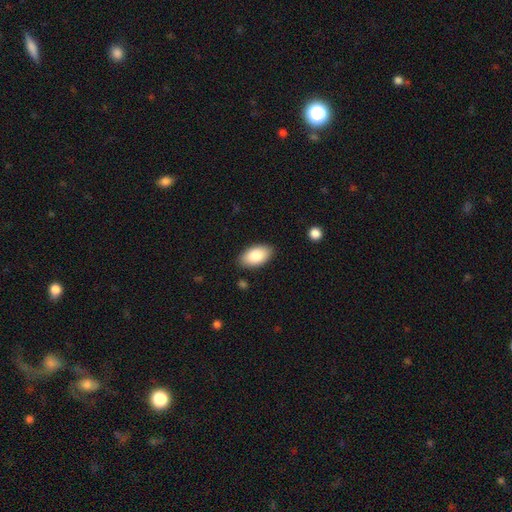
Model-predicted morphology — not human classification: Smooth or featured?
  - smooth: 84% *
  - featured or disk: 9%
  - star or artifact: 6%
How rounded?
  - in between: 95% *
  - round: 4%
  - cigar-shaped: 2%
Merging?
  - none: 86% *
  - minor disturbance: 10%
  - major disturbance: 2%
  - merger: 1%